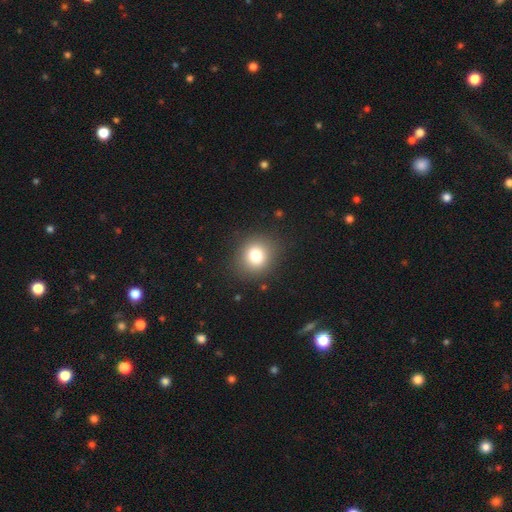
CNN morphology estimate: Smooth or featured: smooth — 80% (star or artifact — 12%)
How rounded: round — 78% (in between — 21%)
Merging: none — 87% (minor disturbance — 9%)